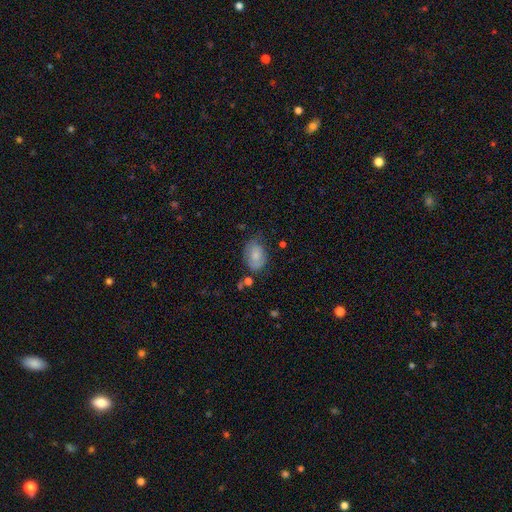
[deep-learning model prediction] smooth_or_featured: smooth (p=0.73) [alt: featured or disk p=0.20]
how_rounded: in between (p=0.80) [alt: round p=0.19]
merging: none (p=0.59) [alt: minor disturbance p=0.29]